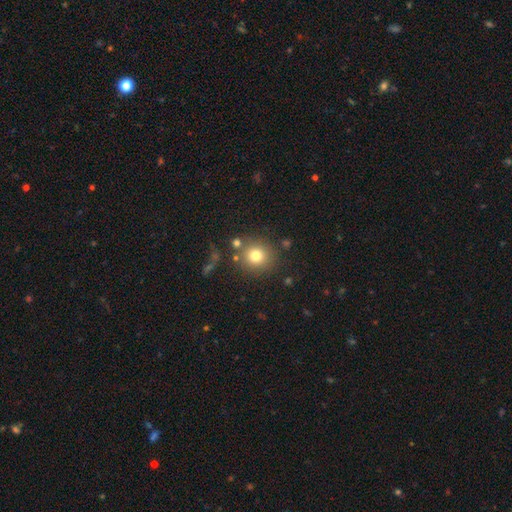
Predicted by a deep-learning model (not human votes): smooth 77%, star or artifact 13%, featured or disk 10%. Down the decision tree: how rounded — round (89%); merging — none (80%).